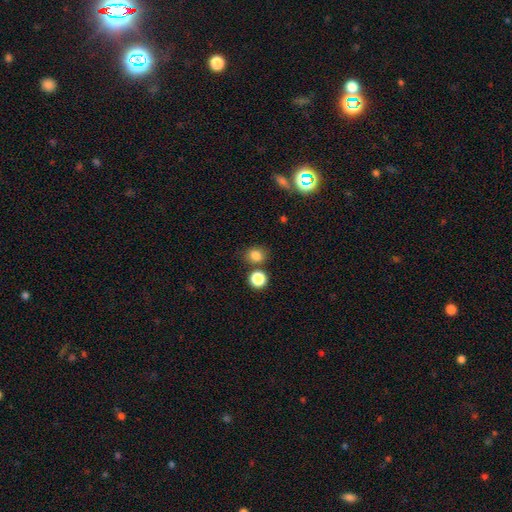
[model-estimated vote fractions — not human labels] This appears to be a smooth galaxy with no disk features (82%) that is round (62%). Merging: none (69%).